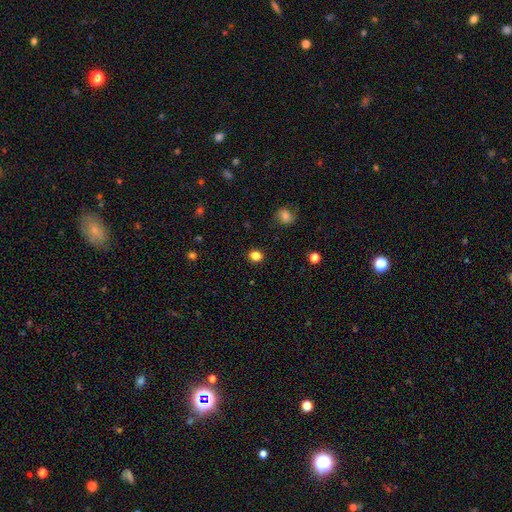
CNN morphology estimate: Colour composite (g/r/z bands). It shows a smooth galaxy with no disk features (85%) that is round (62%). Merging: none (89%).